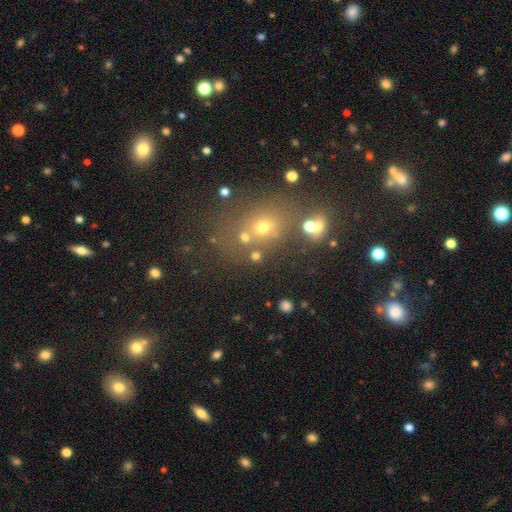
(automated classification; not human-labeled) Smooth or featured?
  - smooth: 61% *
  - star or artifact: 27%
  - featured or disk: 13%
How rounded?
  - round: 63% *
  - in between: 34%
  - cigar-shaped: 3%
Merging?
  - none: 63% *
  - merger: 19%
  - minor disturbance: 11%
  - major disturbance: 7%